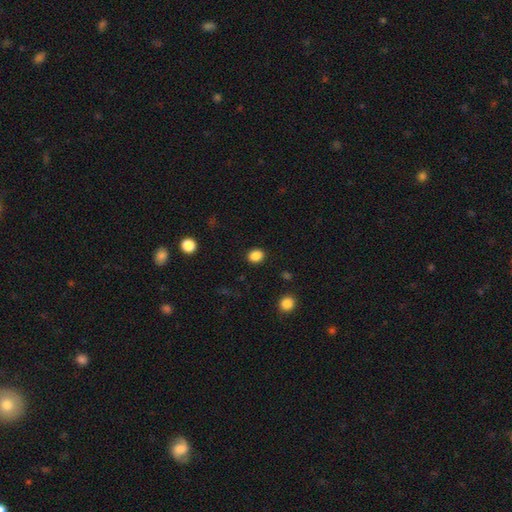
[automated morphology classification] Smooth or featured: smooth — 86% (star or artifact — 10%)
How rounded: round — 57% (in between — 42%)
Merging: none — 90% (minor disturbance — 7%)